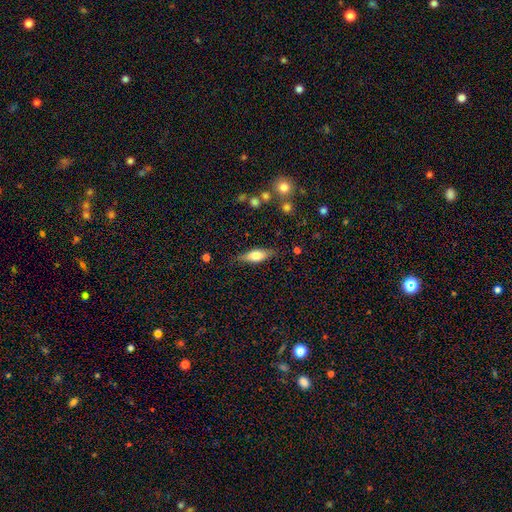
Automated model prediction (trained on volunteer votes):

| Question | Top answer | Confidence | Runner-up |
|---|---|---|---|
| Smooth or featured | smooth | 60% | featured or disk (34%) |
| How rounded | in between | 58% | cigar-shaped (39%) |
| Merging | none | 83% | minor disturbance (13%) |